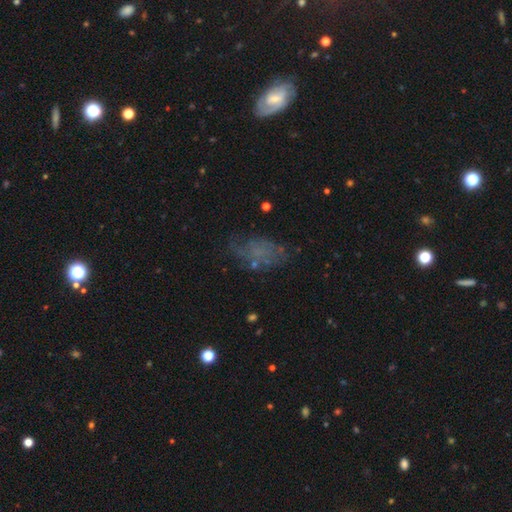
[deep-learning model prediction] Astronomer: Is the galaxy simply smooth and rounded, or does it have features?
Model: smooth — 45% (runner-up: featured or disk, 35%).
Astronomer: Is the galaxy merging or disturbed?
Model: none — 51%.